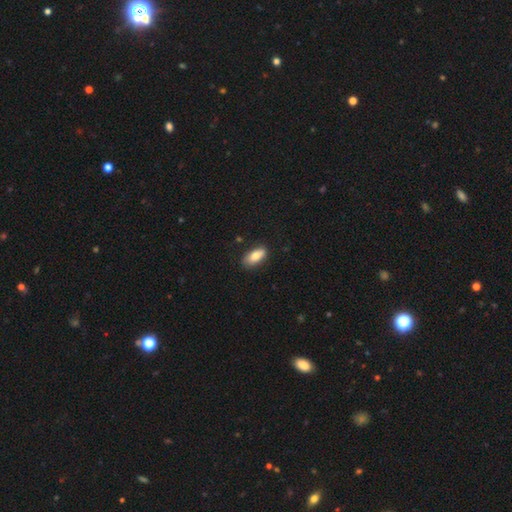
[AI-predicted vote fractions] Smooth or featured: smooth — 79% (featured or disk — 14%)
How rounded: in between — 86% (cigar-shaped — 10%)
Merging: none — 81% (minor disturbance — 14%)